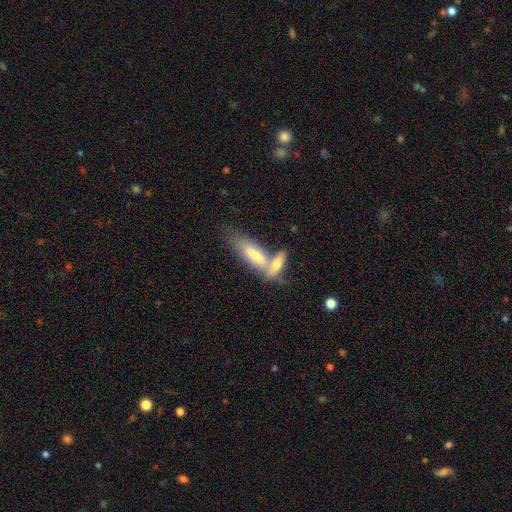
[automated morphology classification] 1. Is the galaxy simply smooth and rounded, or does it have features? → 67% smooth, 26% featured or disk, 7% star or artifact.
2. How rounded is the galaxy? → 50% in between, 48% cigar-shaped, 2% round.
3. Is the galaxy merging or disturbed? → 59% merger, 26% none, 9% minor disturbance, 5% major disturbance.